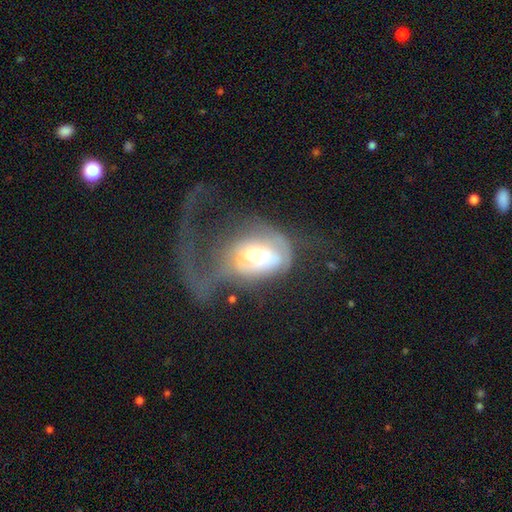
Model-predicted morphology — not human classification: Q: Smooth or featured?
A: featured or disk (54%); runner-up: smooth (36%)
Q: Edge-on disk?
A: no (95%); runner-up: yes (5%)
Q: Bar?
A: no (68%); runner-up: weak (23%)
Q: Spiral arms?
A: no (58%); runner-up: yes (42%)
Q: Bulge size?
A: moderate (54%); runner-up: large (29%)
Q: Merging?
A: major disturbance (68%); runner-up: none (12%)